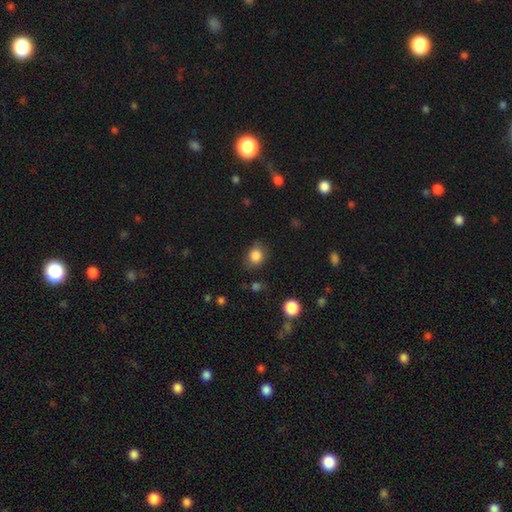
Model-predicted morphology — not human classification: Smooth or featured? Predicted: smooth (p=0.85). How rounded? Predicted: round (p=0.60). Merging? Predicted: none (p=0.74).